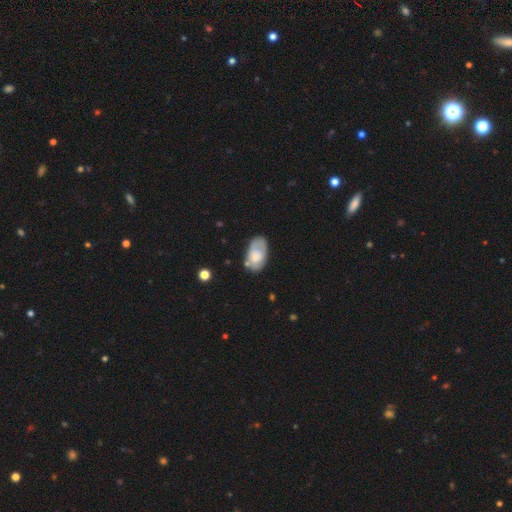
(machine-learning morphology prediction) A smooth galaxy with no disk features (66%) that is in between round and cigar-shaped (93%). Merging: none (60%).